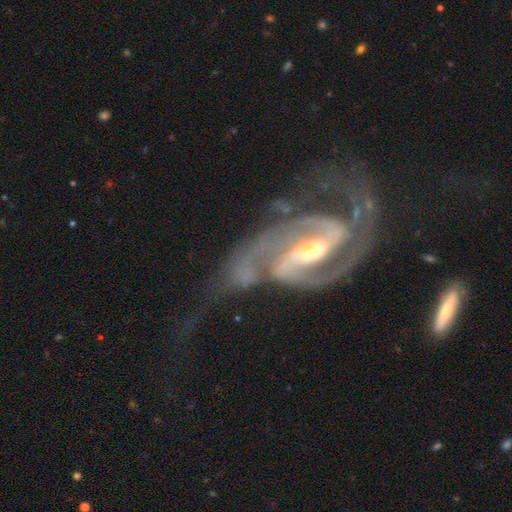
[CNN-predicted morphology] This is clearly a featured or disk galaxy (93%). It is clearly not viewed edge-on (97%). Bar: possibly strong (51%). Spiral arm pattern: clearly yes (98%). Spiral arm count: clearly 2 (90%). Spiral winding: possibly medium (53%). Central bulge: possibly moderate (53%). Merging: possibly none (50%).